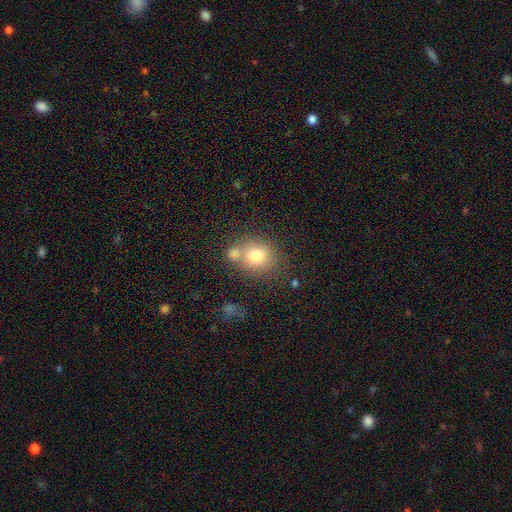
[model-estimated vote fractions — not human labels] Q: Smooth or featured?
A: smooth (75%); runner-up: featured or disk (14%)
Q: How rounded?
A: round (73%); runner-up: in between (26%)
Q: Merging?
A: none (53%); runner-up: merger (29%)